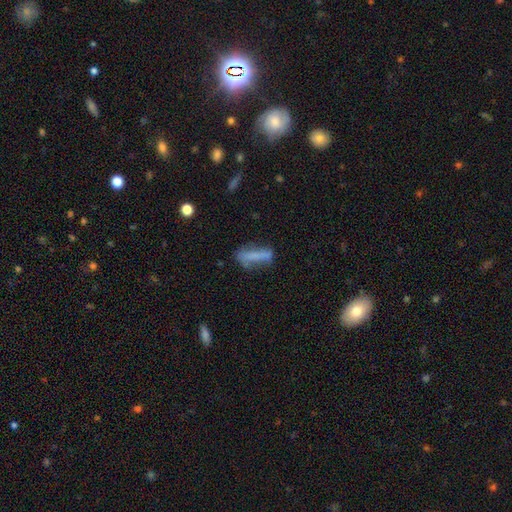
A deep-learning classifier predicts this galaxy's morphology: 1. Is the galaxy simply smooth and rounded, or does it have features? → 62% smooth, 27% featured or disk, 11% star or artifact.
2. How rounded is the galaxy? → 73% cigar-shaped, 25% in between, 2% round.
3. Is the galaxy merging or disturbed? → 55% none, 26% minor disturbance, 14% major disturbance, 6% merger.